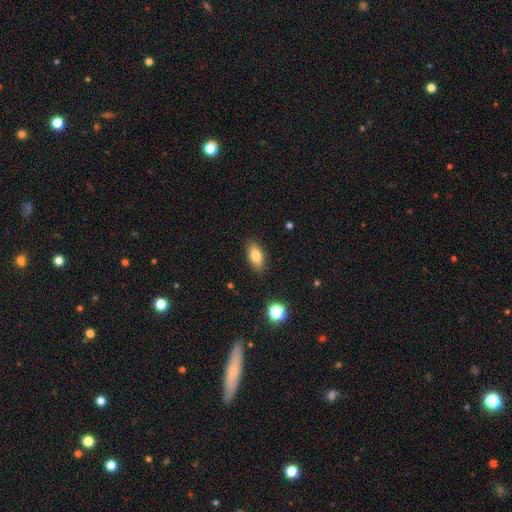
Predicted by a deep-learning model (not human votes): smooth 82%, featured or disk 10%, star or artifact 8%. Down the decision tree: how rounded — in between (88%); merging — none (87%).